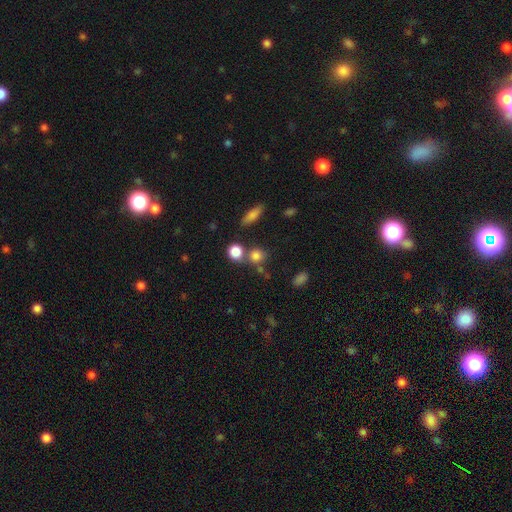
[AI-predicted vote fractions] Q: Smooth or featured?
A: smooth (80%); runner-up: star or artifact (13%)
Q: How rounded?
A: round (82%); runner-up: in between (15%)
Q: Merging?
A: none (61%); runner-up: merger (26%)